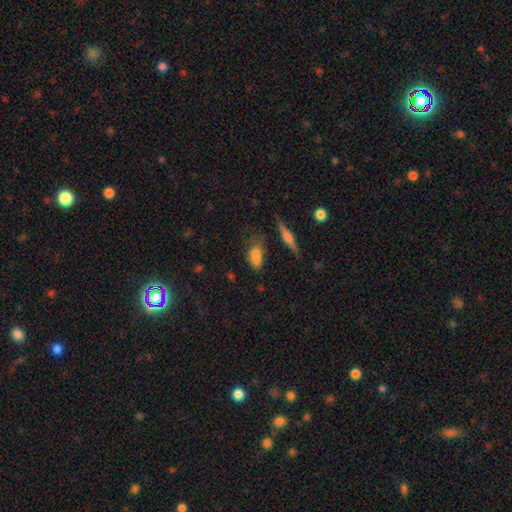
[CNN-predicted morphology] type=smooth (70%); roundness=in between (80%); merging=none (50%).